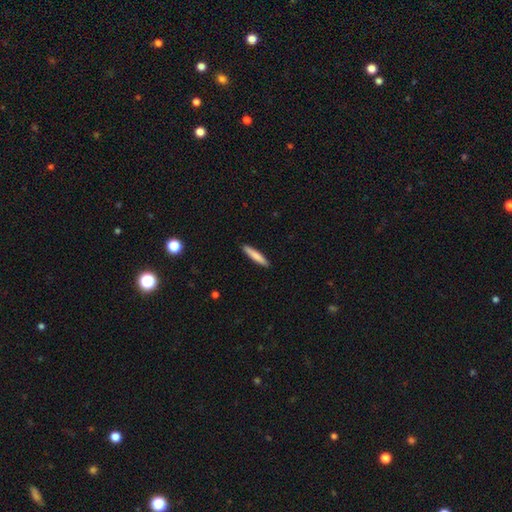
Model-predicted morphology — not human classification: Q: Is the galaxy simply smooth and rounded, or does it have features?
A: smooth — 80%.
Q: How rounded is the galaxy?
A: cigar-shaped — 92%.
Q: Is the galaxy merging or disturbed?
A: none — 91%.